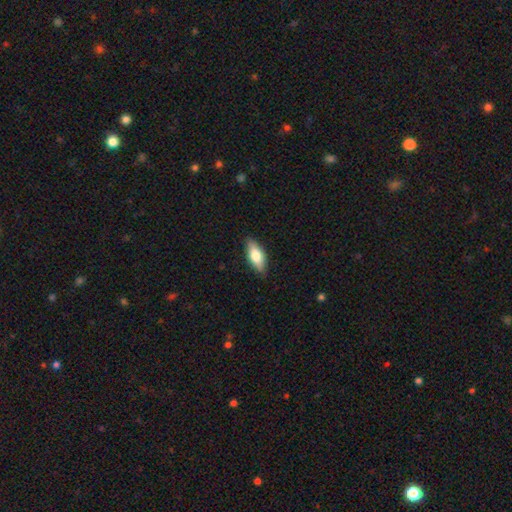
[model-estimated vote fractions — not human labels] Smooth or featured: smooth — 71% (featured or disk — 23%)
How rounded: in between — 77% (cigar-shaped — 21%)
Merging: none — 86% (minor disturbance — 11%)